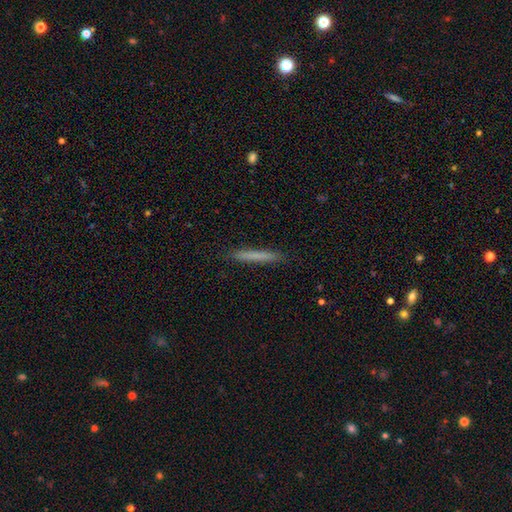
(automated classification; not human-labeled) Smooth or featured: smooth — 72% (featured or disk — 22%)
How rounded: cigar-shaped — 97% (in between — 2%)
Merging: none — 90% (minor disturbance — 7%)